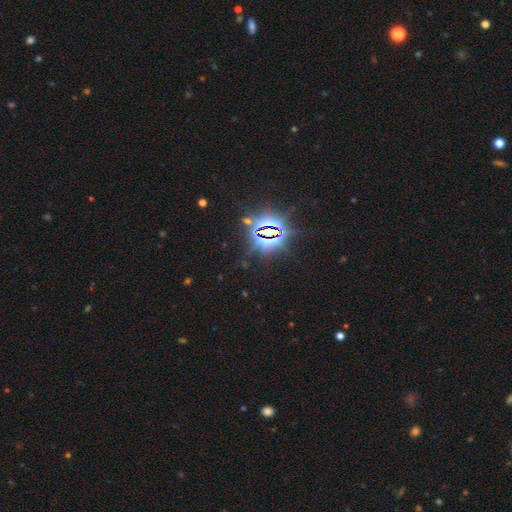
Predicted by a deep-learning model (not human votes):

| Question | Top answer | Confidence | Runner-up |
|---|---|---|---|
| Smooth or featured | star or artifact | 86% | smooth (8%) |